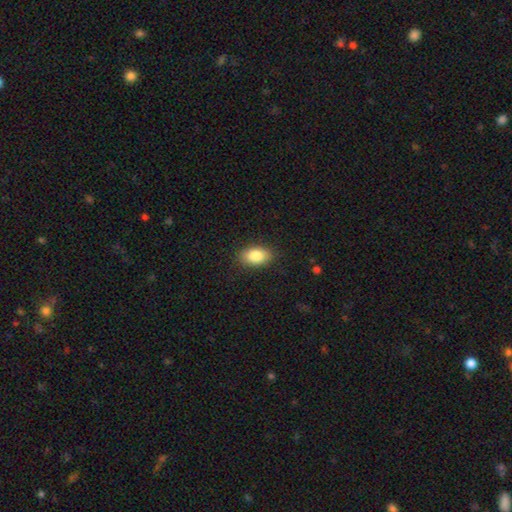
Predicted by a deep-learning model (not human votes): This is clearly a smooth galaxy (86%). How rounded: clearly in between (89%). Merging: clearly none (86%).